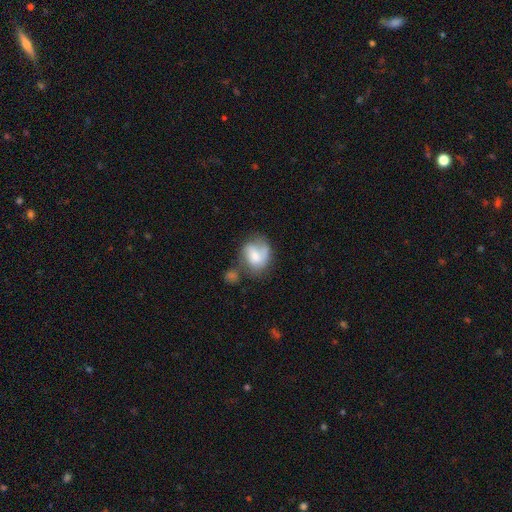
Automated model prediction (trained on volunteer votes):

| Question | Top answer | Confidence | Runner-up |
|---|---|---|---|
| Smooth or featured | smooth | 50% | featured or disk (41%) |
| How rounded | in between | 52% | round (47%) |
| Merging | none | 37% | minor disturbance (25%) |